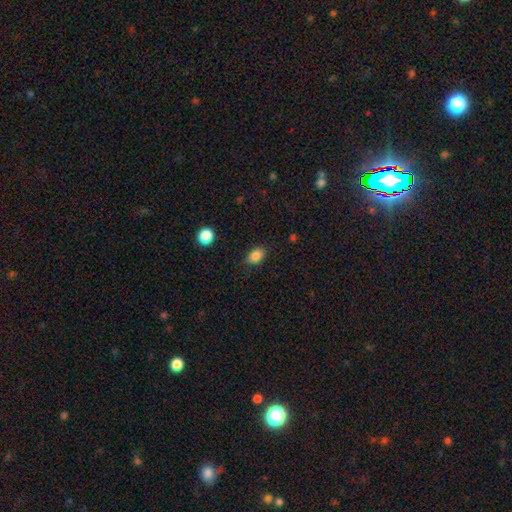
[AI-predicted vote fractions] The model was most divided on "how rounded": in between: 78%, round: 20%, cigar-shaped: 2%. More confident: smooth or featured — smooth (85%); merging — none (81%).